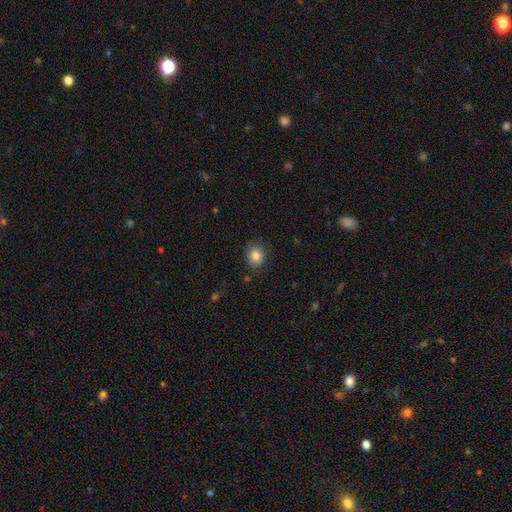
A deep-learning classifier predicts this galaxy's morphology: type=smooth (83%); roundness=round (63%); merging=none (82%).